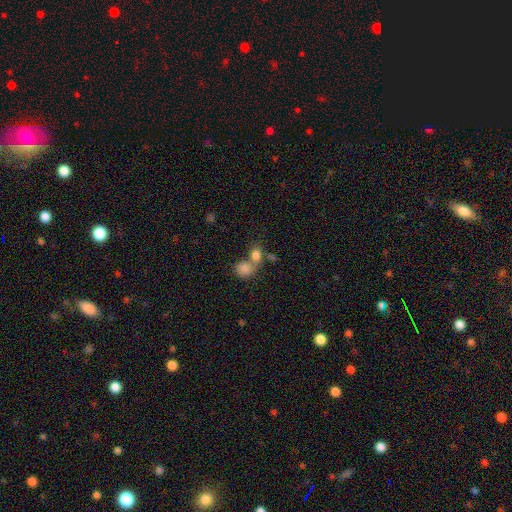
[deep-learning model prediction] A smooth galaxy with no disk features (79%) that is round (56%). Merging: merger (58%).